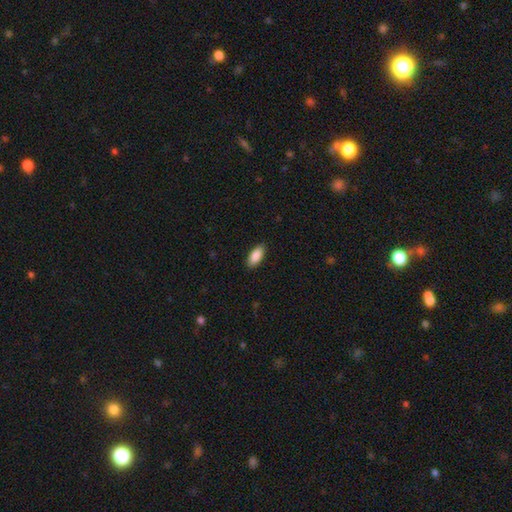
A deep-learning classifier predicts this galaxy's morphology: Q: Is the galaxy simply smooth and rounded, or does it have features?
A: smooth — 89%.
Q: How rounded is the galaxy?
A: in between — 89%.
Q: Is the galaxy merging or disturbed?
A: none — 87%.